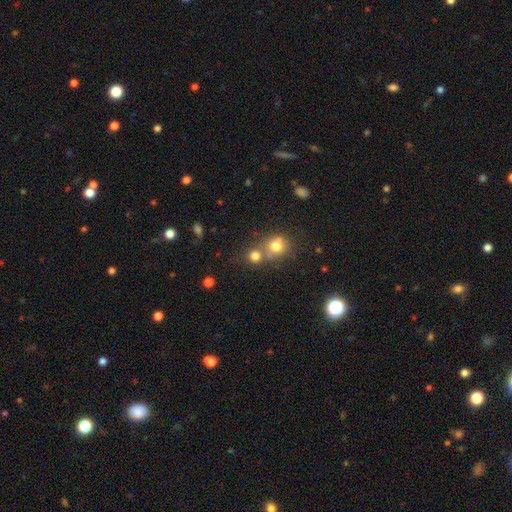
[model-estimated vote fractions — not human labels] This appears to be a smooth galaxy with no disk features (70%) that is round (81%). Merging: none (49%).